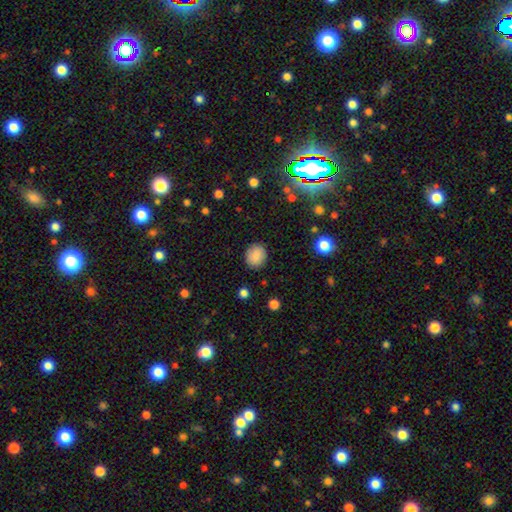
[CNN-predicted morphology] Smooth or featured? smooth (87%)
How rounded? round (77%)
Merging? none (89%)